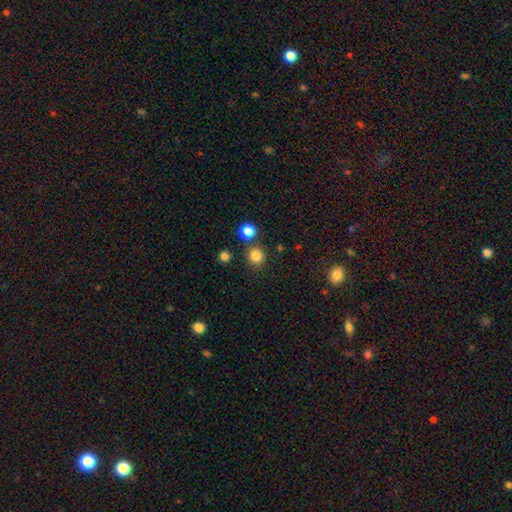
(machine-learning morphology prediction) type=smooth (82%); roundness=round (91%); merging=none (84%).